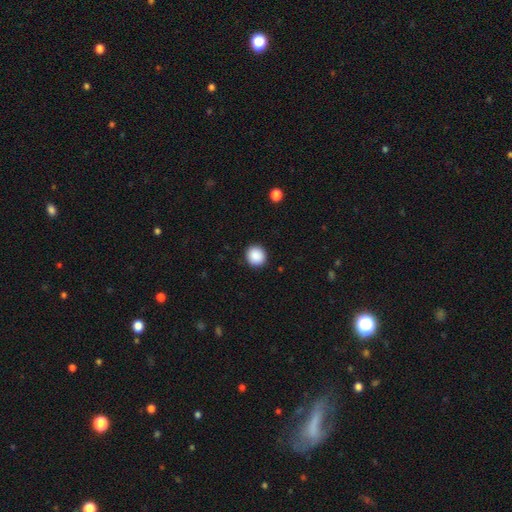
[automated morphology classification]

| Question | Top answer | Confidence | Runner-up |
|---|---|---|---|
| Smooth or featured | smooth | 89% | star or artifact (8%) |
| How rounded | round | 89% | in between (10%) |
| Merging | none | 92% | minor disturbance (6%) |